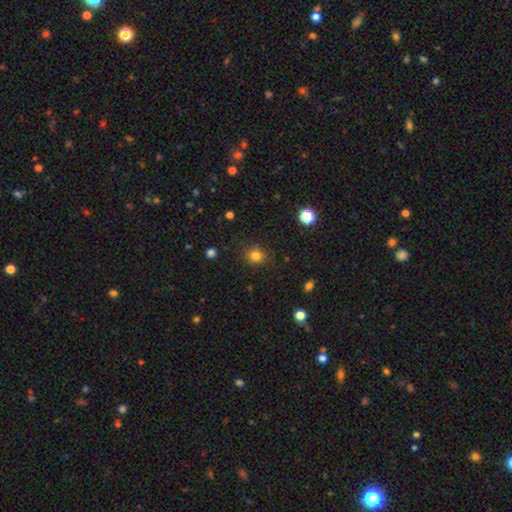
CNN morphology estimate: Overall: smooth (81%). How rounded: round (84%). Merging: none (85%).